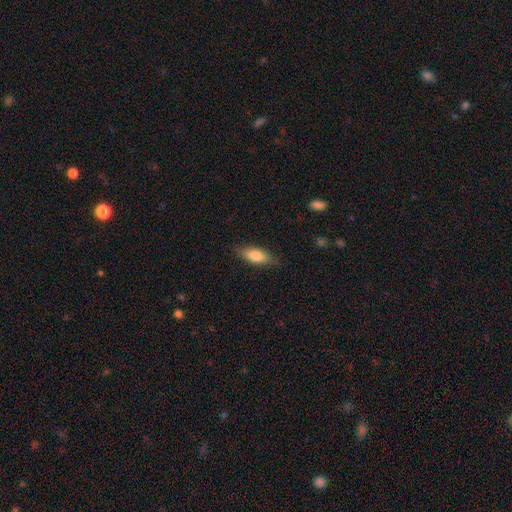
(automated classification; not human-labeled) Morphology: type=smooth (78%); roundness=in between (73%); merging=none (82%).